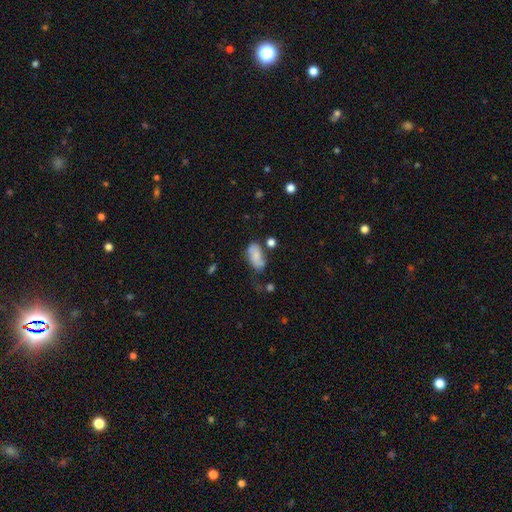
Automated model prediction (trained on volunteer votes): The model was most divided on "merging": none: 48%, minor disturbance: 30%, major disturbance: 12%, merger: 10%. More confident: how rounded — in between (92%); smooth or featured — smooth (71%).